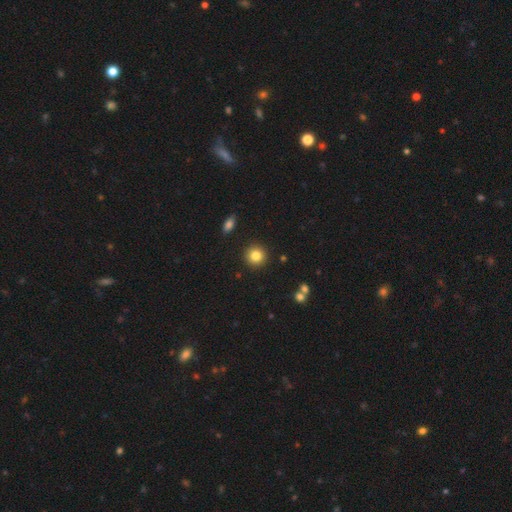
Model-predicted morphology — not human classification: The model was most divided on "smooth or featured": smooth: 84%, star or artifact: 10%, featured or disk: 6%. More confident: how rounded — round (93%); merging — none (91%).